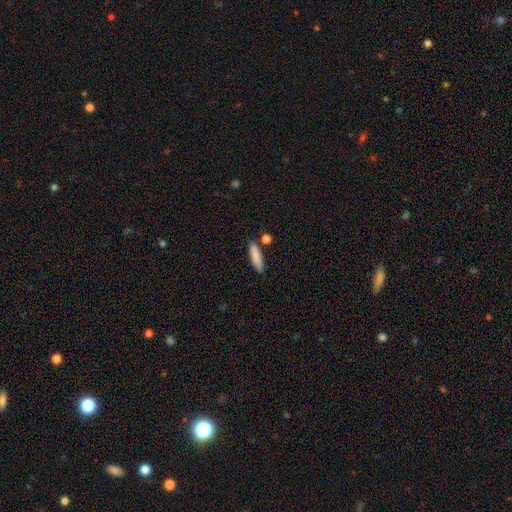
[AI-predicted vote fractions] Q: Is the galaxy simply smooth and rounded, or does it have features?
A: smooth — 86%.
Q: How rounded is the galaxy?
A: cigar-shaped — 72%.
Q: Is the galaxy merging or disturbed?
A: none — 81%.